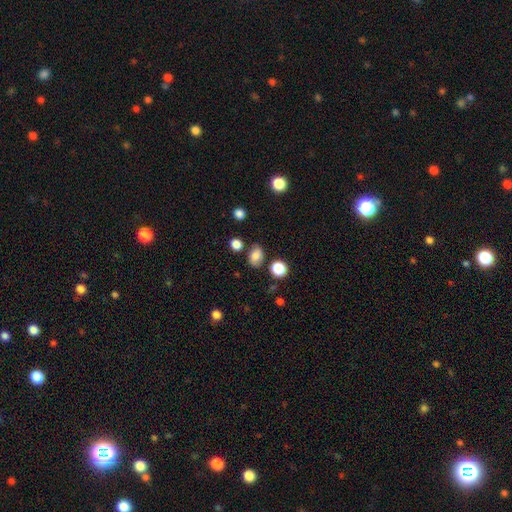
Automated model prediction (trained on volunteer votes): A smooth galaxy with no disk features (78%) that is in between round and cigar-shaped (68%).

Vote fractions:
- Smooth or featured? smooth: 78% / star or artifact: 12% / featured or disk: 10%
- How rounded? in between: 68% / round: 30% / cigar-shaped: 1%
- Merging? none: 75% / minor disturbance: 15% / merger: 6% / major disturbance: 4%